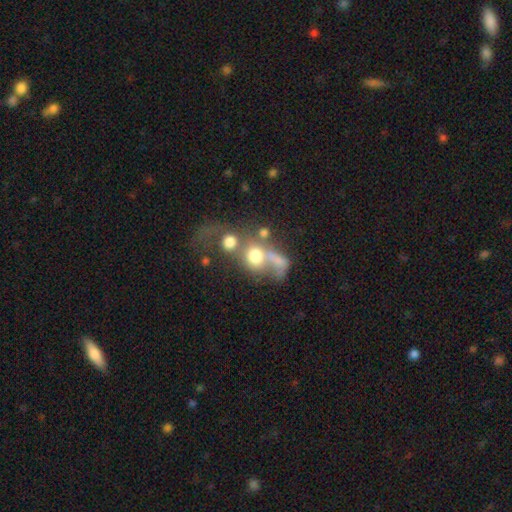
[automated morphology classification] smooth-or-featured: smooth: 57% | featured or disk: 28% | star or artifact: 15%
  how-rounded: round: 62% | in between: 35% | cigar-shaped: 3%
  merging: merger: 55% | major disturbance: 21% | none: 16% | minor disturbance: 7%